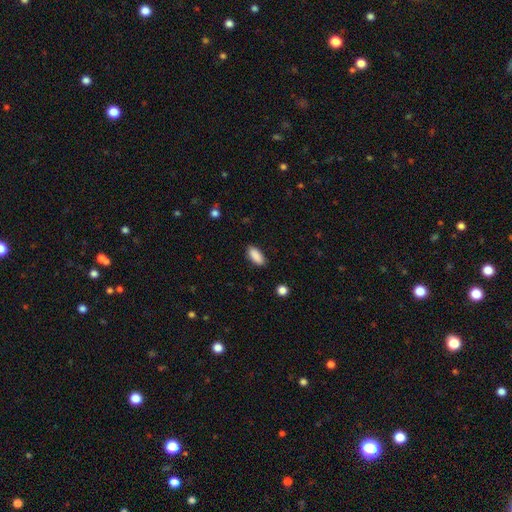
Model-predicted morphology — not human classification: A smooth galaxy with no disk features (90%) that is in between round and cigar-shaped (87%).

Vote fractions:
- Smooth or featured? smooth: 90% / star or artifact: 7% / featured or disk: 3%
- How rounded? in between: 87% / cigar-shaped: 11% / round: 2%
- Merging? none: 87% / minor disturbance: 9% / major disturbance: 2% / merger: 1%